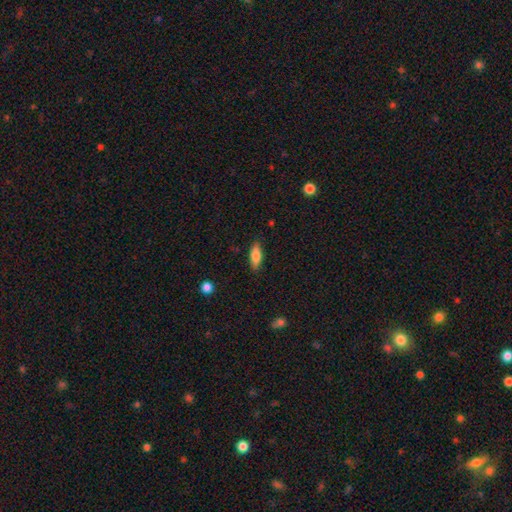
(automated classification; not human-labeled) A smooth galaxy with no disk features (81%) that is in between round and cigar-shaped (67%). Merging: none (86%).